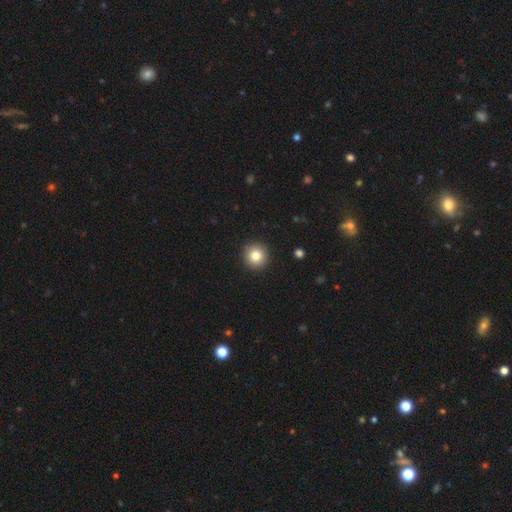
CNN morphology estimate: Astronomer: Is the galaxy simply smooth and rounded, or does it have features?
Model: smooth — 82%.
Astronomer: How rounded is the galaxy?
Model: round — 95%.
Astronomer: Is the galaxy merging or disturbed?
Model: none — 93%.